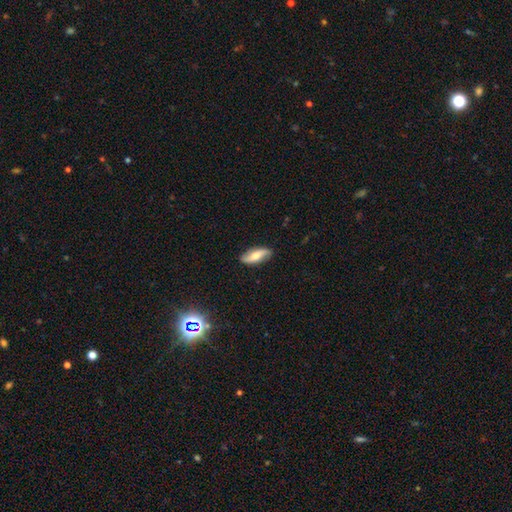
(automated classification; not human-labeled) Morphology: type=smooth (50%); merging=none (84%).